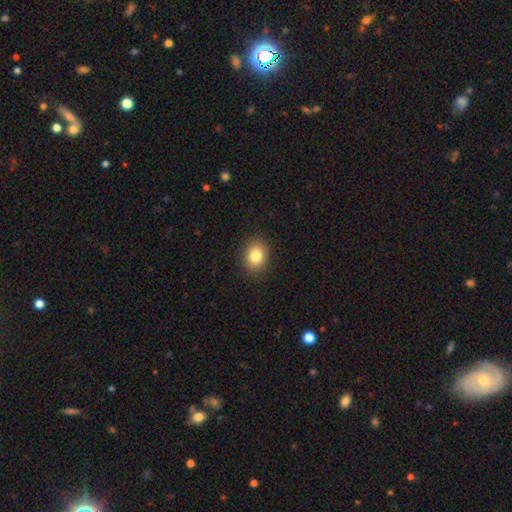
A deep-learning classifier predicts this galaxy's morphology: A smooth galaxy with no disk features (83%) that is round (53%).

Vote fractions:
- Smooth or featured? smooth: 83% / star or artifact: 10% / featured or disk: 7%
- How rounded? round: 53% / in between: 46% / cigar-shaped: 1%
- Merging? none: 90% / minor disturbance: 7% / major disturbance: 2% / merger: 1%